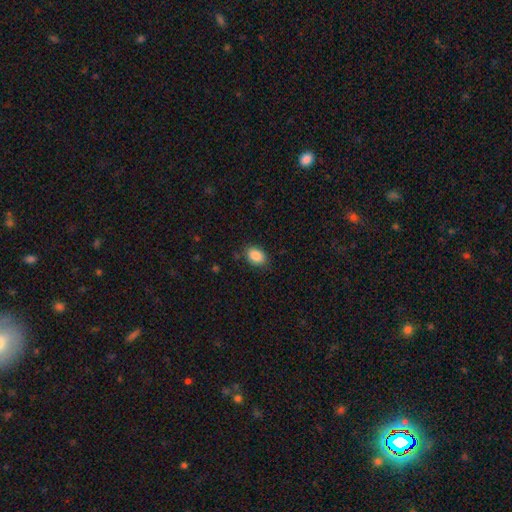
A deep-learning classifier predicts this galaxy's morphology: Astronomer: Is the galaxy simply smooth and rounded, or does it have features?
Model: smooth — 88%.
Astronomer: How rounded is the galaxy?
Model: in between — 81%.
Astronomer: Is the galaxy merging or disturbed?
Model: none — 86%.